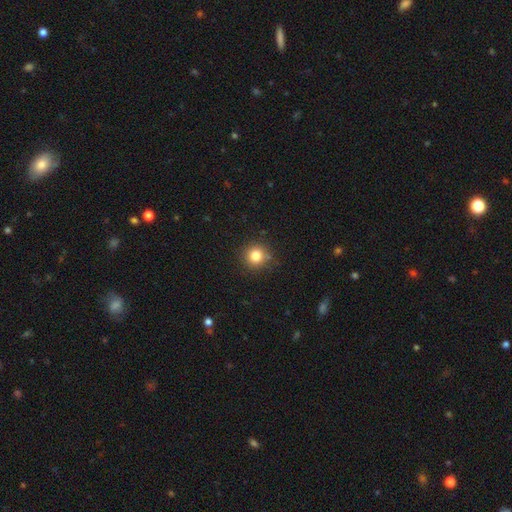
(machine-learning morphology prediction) The model was most divided on "smooth or featured": smooth: 81%, star or artifact: 13%, featured or disk: 6%. More confident: how rounded — round (93%); merging — none (87%).